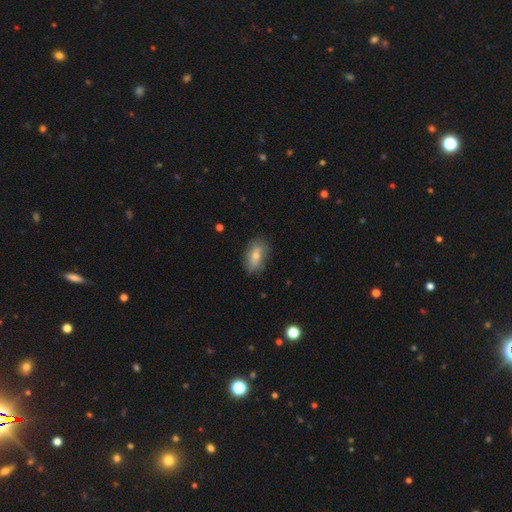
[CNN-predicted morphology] This appears to be a smooth galaxy with no disk features (67%) that is in between round and cigar-shaped (87%). Merging: none (75%).